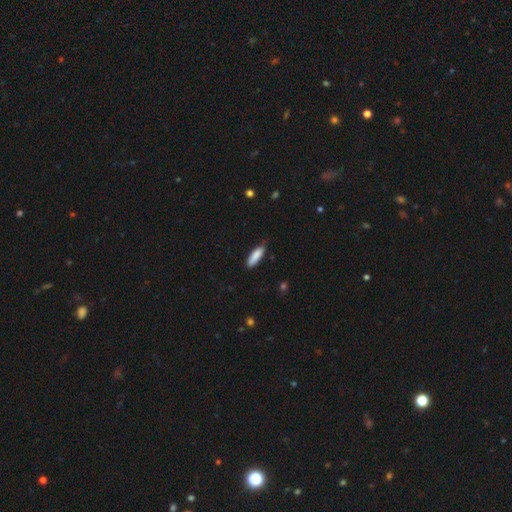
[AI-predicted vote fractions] Smooth or featured: smooth — 87% (featured or disk — 7%)
How rounded: cigar-shaped — 52% (in between — 46%)
Merging: none — 79% (minor disturbance — 17%)